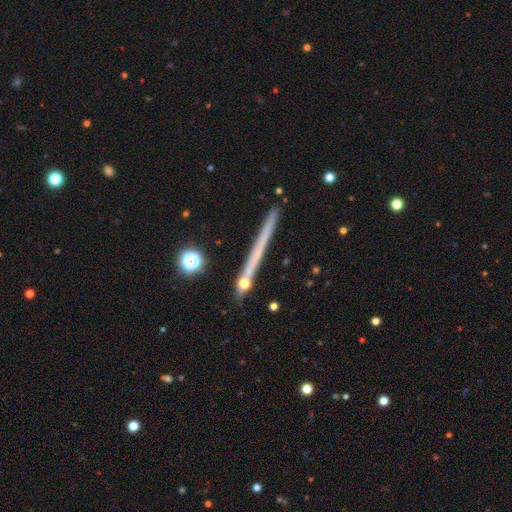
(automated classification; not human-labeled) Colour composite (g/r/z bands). It shows a featured or disk galaxy (47%). Merging: none (88%).